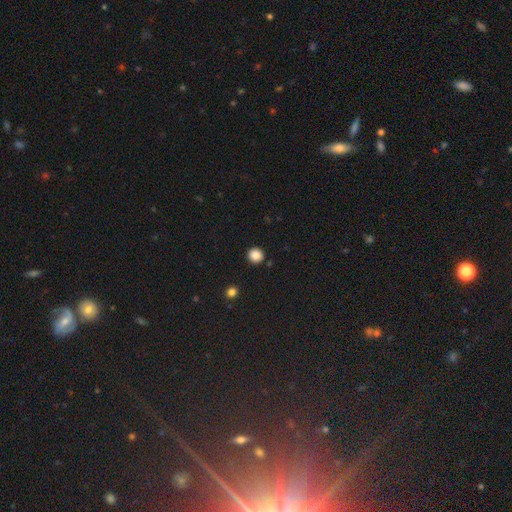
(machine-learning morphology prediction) A smooth galaxy with no disk features (86%) that is round (93%). Merging: none (92%).